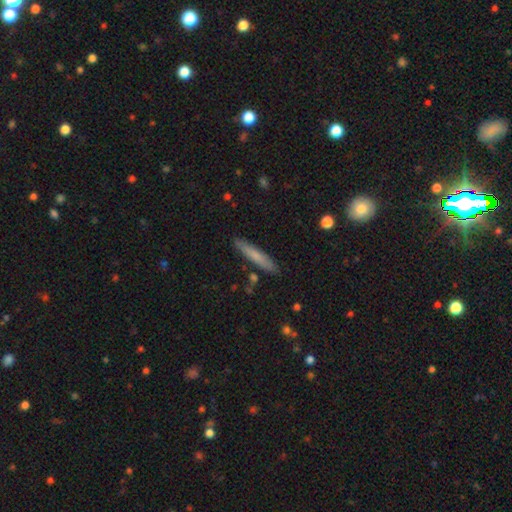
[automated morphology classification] This is likely a smooth galaxy (70%). How rounded: clearly cigar-shaped (93%). Merging: clearly none (88%).